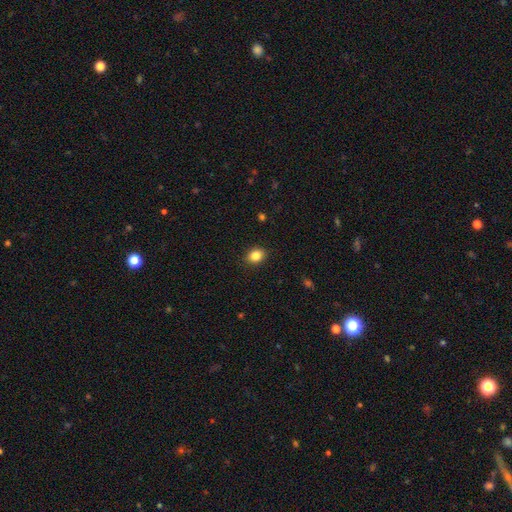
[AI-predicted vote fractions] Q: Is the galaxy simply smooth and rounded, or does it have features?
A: smooth — 85%.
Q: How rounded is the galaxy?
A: round — 51%.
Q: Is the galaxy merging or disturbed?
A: none — 90%.